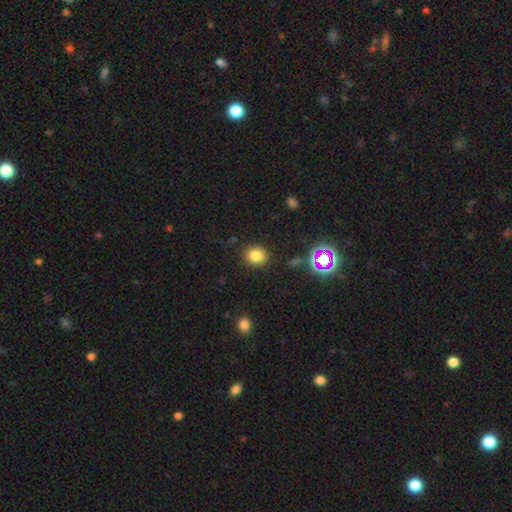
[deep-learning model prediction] This is likely a smooth galaxy (79%). How rounded: likely round (70%). Merging: clearly none (87%).